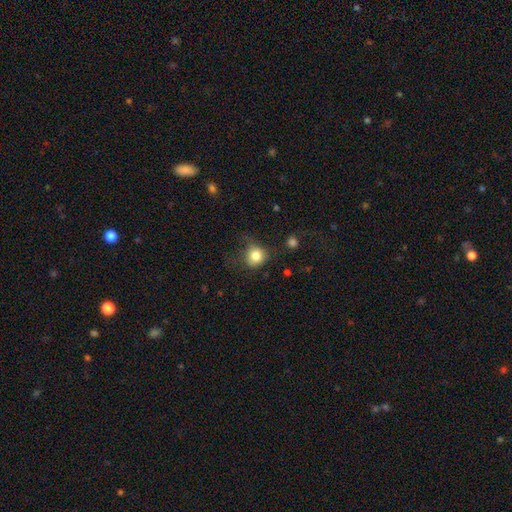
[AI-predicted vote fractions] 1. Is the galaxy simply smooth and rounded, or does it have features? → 81% smooth, 11% star or artifact, 8% featured or disk.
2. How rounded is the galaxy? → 82% round, 17% in between, 1% cigar-shaped.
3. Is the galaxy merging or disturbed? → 58% none, 26% minor disturbance, 13% major disturbance, 3% merger.